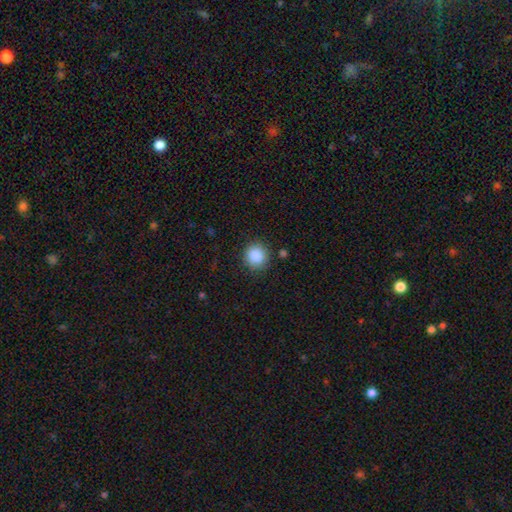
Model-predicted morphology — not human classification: type=smooth (88%); roundness=round (90%); merging=none (87%).